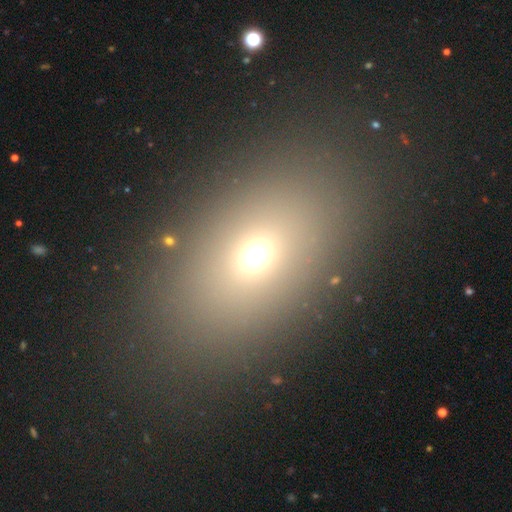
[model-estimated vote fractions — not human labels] Smooth or featured: smooth — 67% (star or artifact — 18%)
How rounded: in between — 79% (round — 19%)
Merging: none — 85% (minor disturbance — 8%)